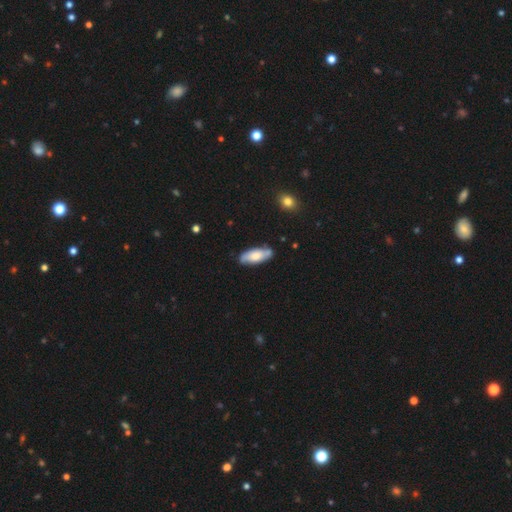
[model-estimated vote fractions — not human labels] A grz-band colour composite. It shows a smooth galaxy with no disk features (62%) that is in between round and cigar-shaped (75%). Merging: none (74%).